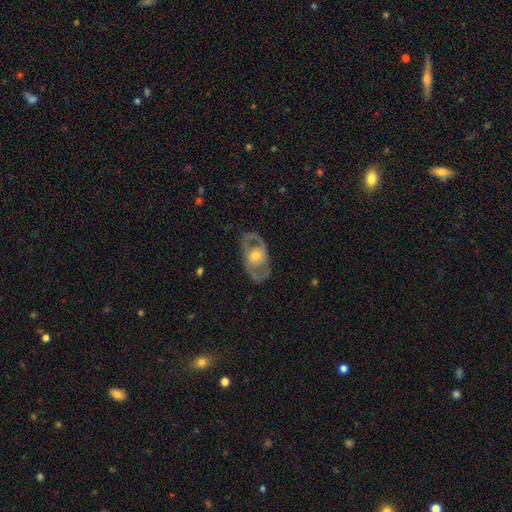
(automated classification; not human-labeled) Smooth or featured? featured or disk (75%)
Edge-on disk? no (92%)
Bar? no (63%)
Spiral arms? yes (64%)
Bulge size? moderate (60%)
Merging? none (77%)